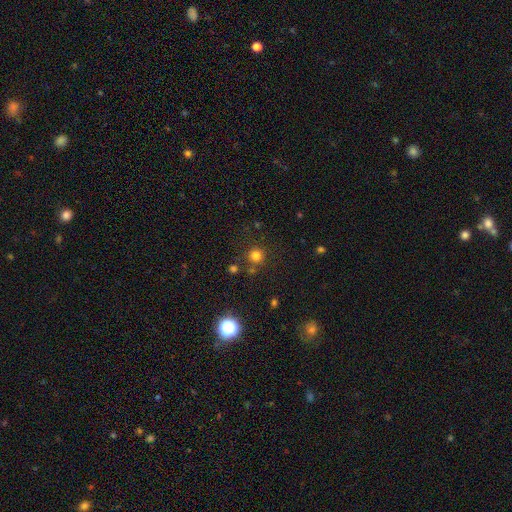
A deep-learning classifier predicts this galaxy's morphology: Q: Smooth or featured?
A: smooth (76%); runner-up: star or artifact (19%)
Q: How rounded?
A: round (94%); runner-up: in between (5%)
Q: Merging?
A: none (81%); runner-up: minor disturbance (8%)